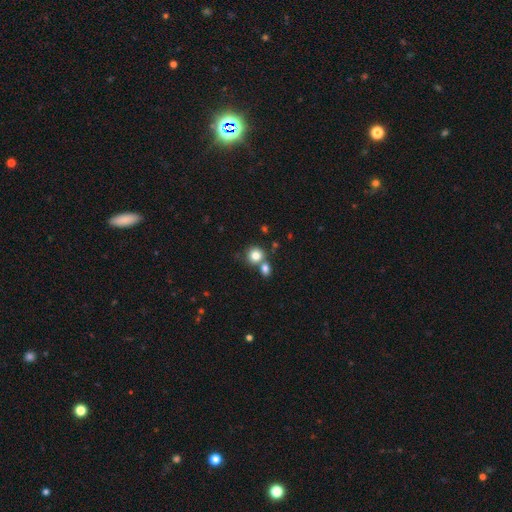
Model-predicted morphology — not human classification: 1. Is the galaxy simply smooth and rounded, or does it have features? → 81% smooth, 10% star or artifact, 8% featured or disk.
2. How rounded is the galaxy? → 86% round, 13% in between, 1% cigar-shaped.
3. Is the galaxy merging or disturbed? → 52% none, 37% merger, 8% minor disturbance, 3% major disturbance.